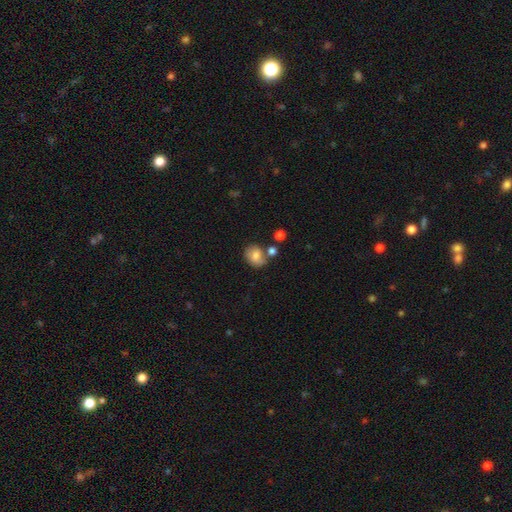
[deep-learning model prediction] Smooth or featured?
  - smooth: 74% *
  - featured or disk: 16%
  - star or artifact: 10%
How rounded?
  - round: 55% *
  - in between: 44%
  - cigar-shaped: 1%
Merging?
  - none: 54% *
  - minor disturbance: 20%
  - merger: 18%
  - major disturbance: 7%